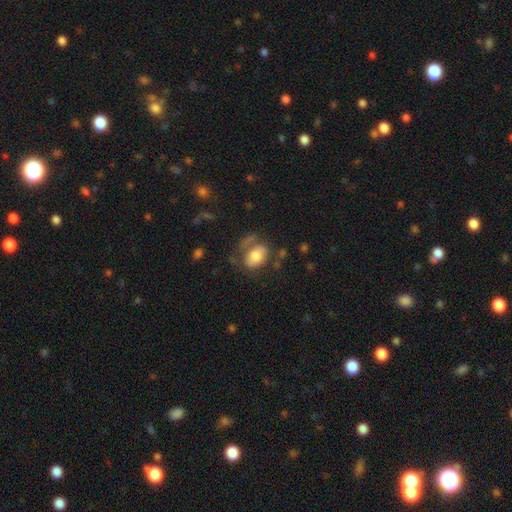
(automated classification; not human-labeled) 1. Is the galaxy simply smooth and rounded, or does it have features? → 68% smooth, 24% featured or disk, 8% star or artifact.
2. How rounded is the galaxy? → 72% in between, 27% round, 1% cigar-shaped.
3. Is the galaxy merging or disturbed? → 45% none, 25% minor disturbance, 23% major disturbance, 8% merger.